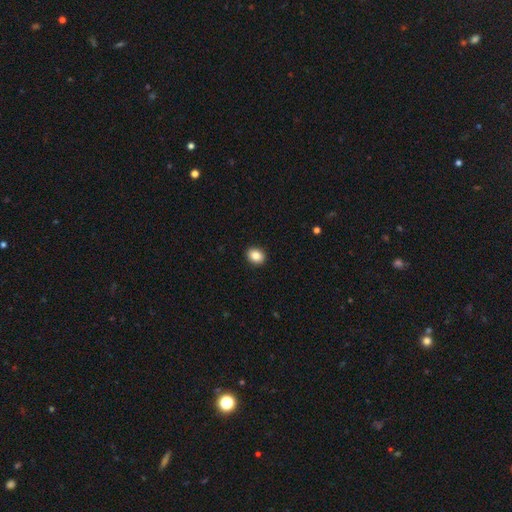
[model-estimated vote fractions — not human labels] smooth-or-featured: smooth: 86% | star or artifact: 9% | featured or disk: 5%
  how-rounded: round: 51% | in between: 48% | cigar-shaped: 1%
  merging: none: 92% | minor disturbance: 6% | major disturbance: 2% | merger: 1%